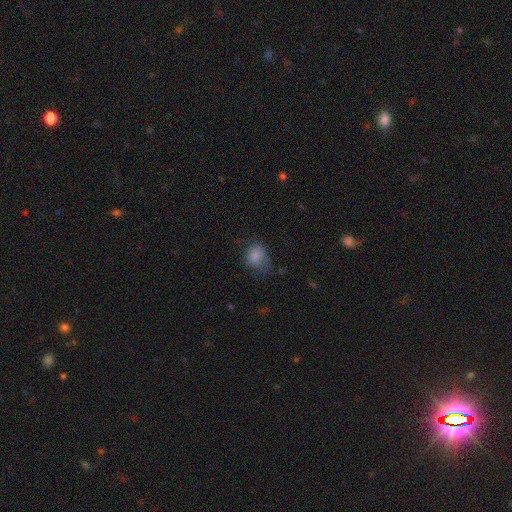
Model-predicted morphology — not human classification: This appears to be a smooth galaxy with no disk features (79%) that is in between round and cigar-shaped (57%). Merging: none (43%).